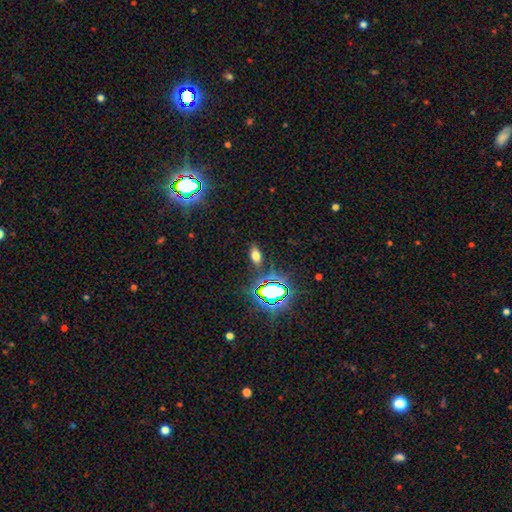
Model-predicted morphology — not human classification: smooth_or_featured: smooth (p=0.63) [alt: star or artifact p=0.26]
how_rounded: in between (p=0.85) [alt: cigar-shaped p=0.08]
merging: none (p=0.85) [alt: minor disturbance p=0.09]